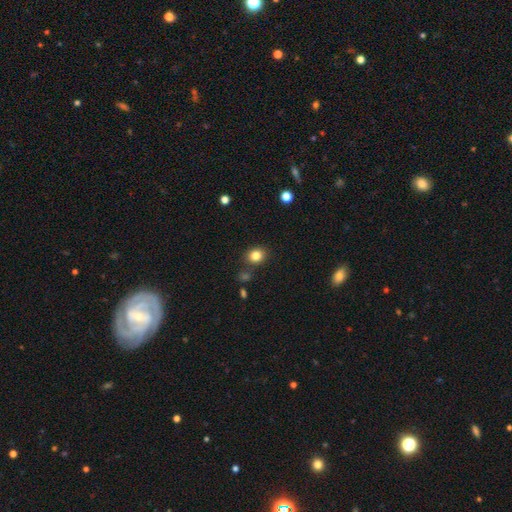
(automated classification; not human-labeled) Q: Smooth or featured?
A: smooth (82%); runner-up: star or artifact (12%)
Q: How rounded?
A: round (69%); runner-up: in between (30%)
Q: Merging?
A: none (82%); runner-up: minor disturbance (10%)